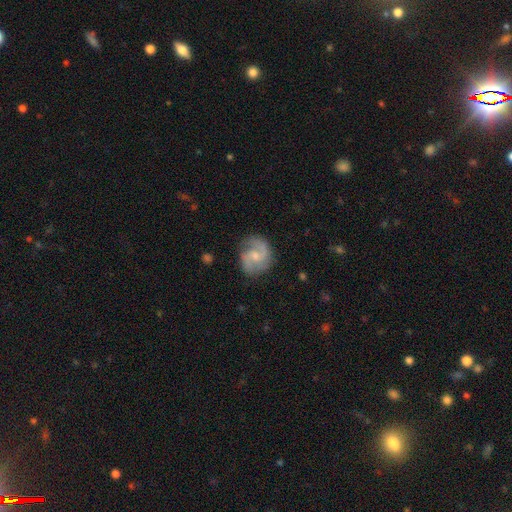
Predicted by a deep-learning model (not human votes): This is clearly a featured or disk galaxy (81%). It is clearly not viewed edge-on (98%). Bar: possibly no (50%). Spiral arm pattern: clearly yes (96%). Spiral arm count: clearly 2 (86%). Spiral winding: possibly medium (53%). Central bulge: possibly small (54%). Merging: likely none (77%).